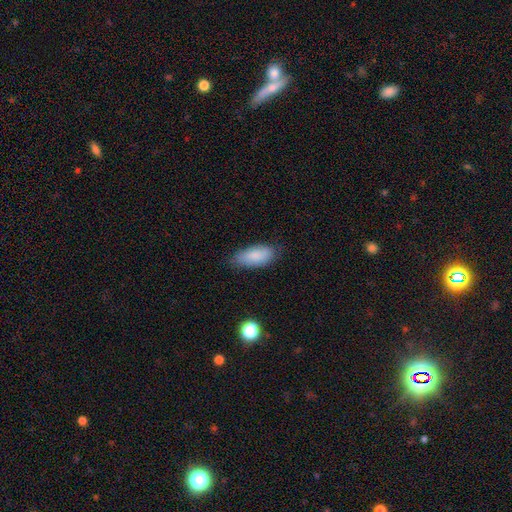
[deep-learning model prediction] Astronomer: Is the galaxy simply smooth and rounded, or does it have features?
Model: smooth — 85%.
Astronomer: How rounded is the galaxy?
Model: in between — 88%.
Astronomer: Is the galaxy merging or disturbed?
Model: none — 78%.